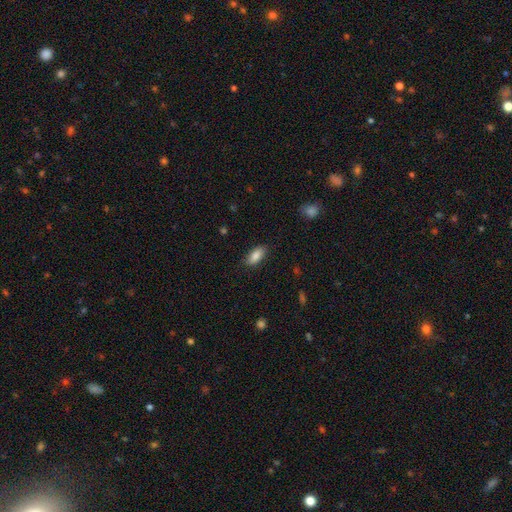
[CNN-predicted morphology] smooth_or_featured: smooth (p=0.86) [alt: featured or disk p=0.07]
how_rounded: in between (p=0.88) [alt: cigar-shaped p=0.10]
merging: none (p=0.84) [alt: minor disturbance p=0.12]